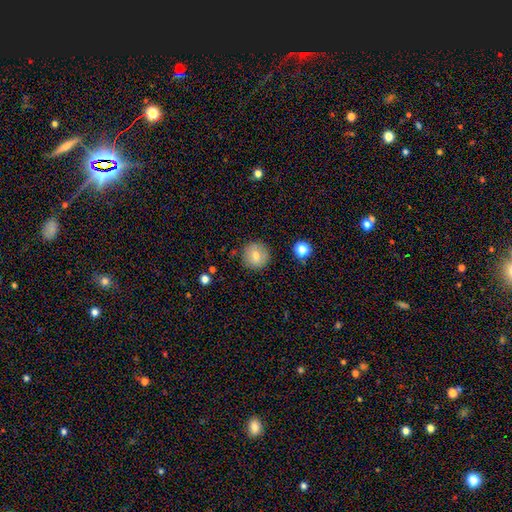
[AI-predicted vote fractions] smooth_or_featured: smooth (p=0.73) [alt: featured or disk p=0.17]
how_rounded: round (p=0.95) [alt: in between p=0.04]
merging: none (p=0.89) [alt: minor disturbance p=0.08]